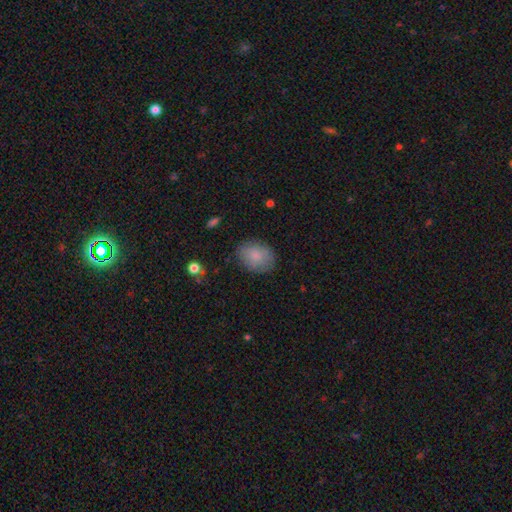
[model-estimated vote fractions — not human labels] This appears to be a smooth galaxy with no disk features (83%) that is in between round and cigar-shaped (66%). Merging: none (81%).